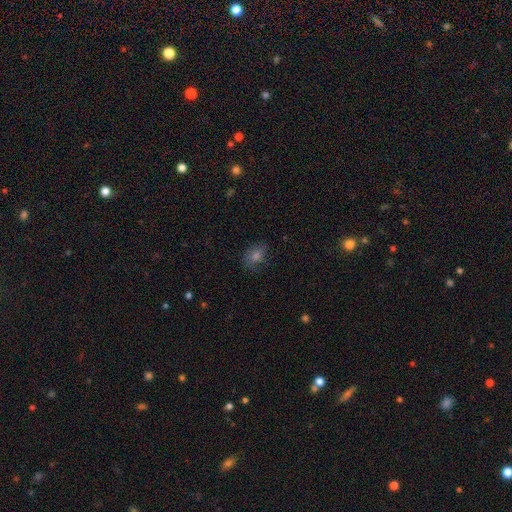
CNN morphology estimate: A smooth galaxy with no disk features (62%) that is in between round and cigar-shaped (67%).

Vote fractions:
- Smooth or featured? smooth: 62% / star or artifact: 22% / featured or disk: 16%
- How rounded? in between: 67% / round: 31% / cigar-shaped: 2%
- Merging? none: 76% / minor disturbance: 17% / major disturbance: 5% / merger: 1%